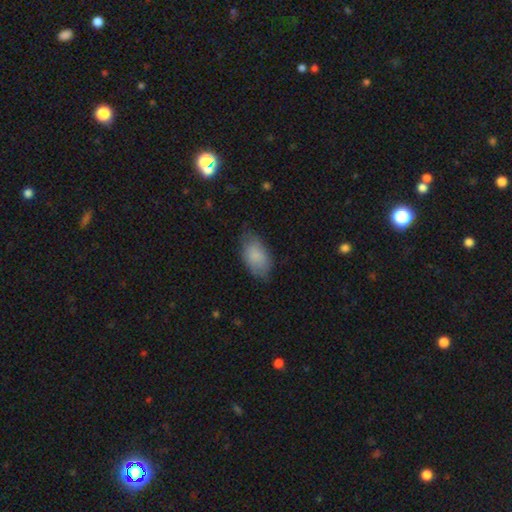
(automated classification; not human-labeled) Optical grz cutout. It shows a smooth galaxy with no disk features (83%) that is in between round and cigar-shaped (94%). Merging: none (70%).